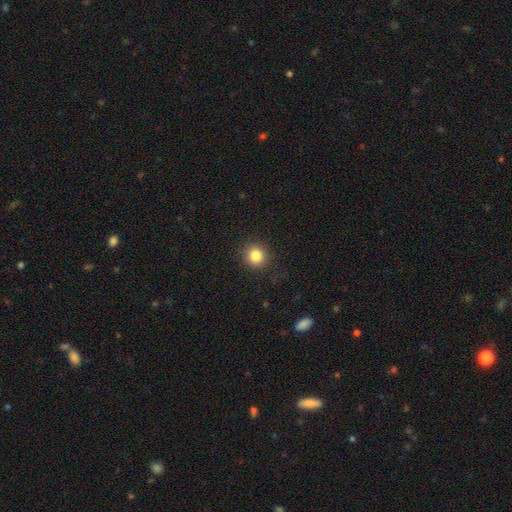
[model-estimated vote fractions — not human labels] Q: Smooth or featured?
A: smooth (84%); runner-up: star or artifact (11%)
Q: How rounded?
A: round (91%); runner-up: in between (8%)
Q: Merging?
A: none (89%); runner-up: minor disturbance (7%)